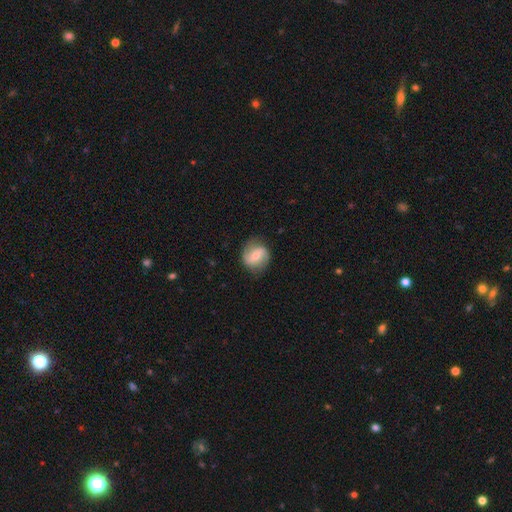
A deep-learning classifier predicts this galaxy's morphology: type=featured or disk (69%); edge-on=no (97%); bar=weak (41%); spiral arms=yes (90%); winding=loose (44%); arm count=2 (87%); bulge=moderate (50%); merging=none (81%).